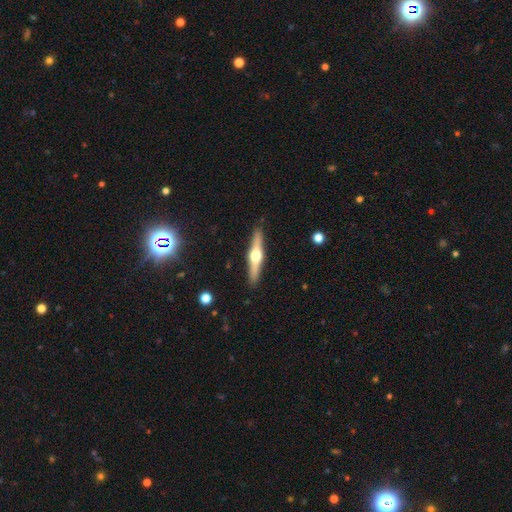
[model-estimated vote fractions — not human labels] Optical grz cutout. It shows a featured or disk galaxy (69%) viewed edge-on (97%) with a rounded central bulge (96%). Merging: none (91%).